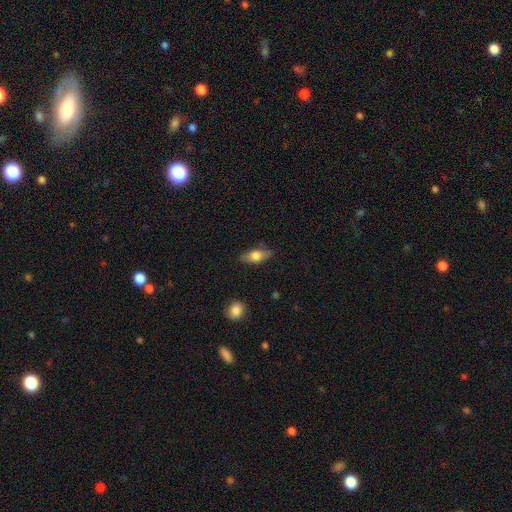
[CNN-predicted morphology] type=smooth (64%); roundness=in between (75%); merging=none (81%).